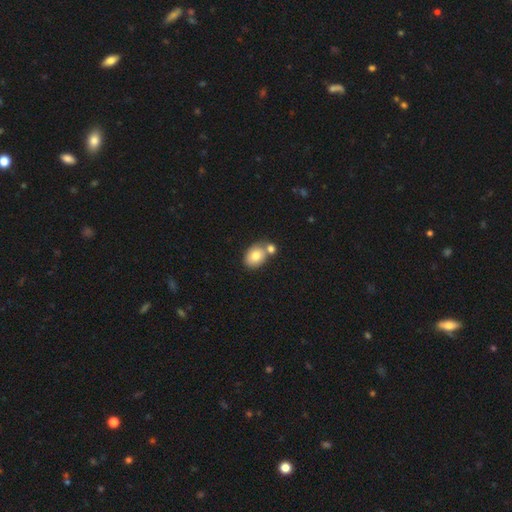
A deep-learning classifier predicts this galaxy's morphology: A smooth galaxy with no disk features (78%) that is in between round and cigar-shaped (71%). Merging: none (48%).